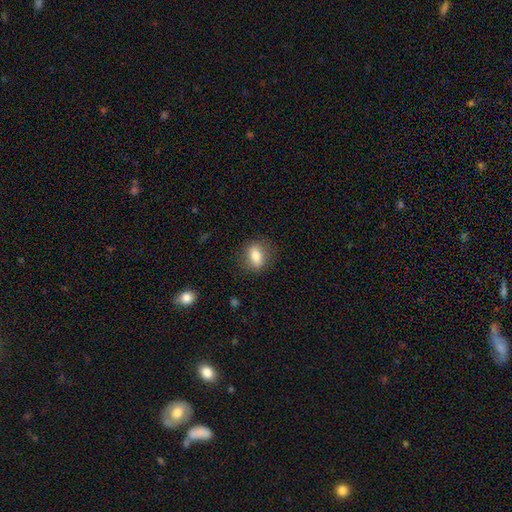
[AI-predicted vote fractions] Smooth or featured? smooth (79%)
How rounded? in between (69%)
Merging? none (83%)